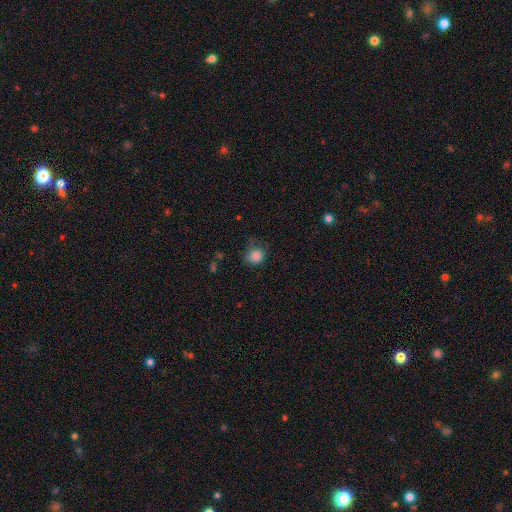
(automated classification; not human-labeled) Smooth or featured? Predicted: smooth (p=0.85). How rounded? Predicted: round (p=0.78). Merging? Predicted: none (p=0.63).